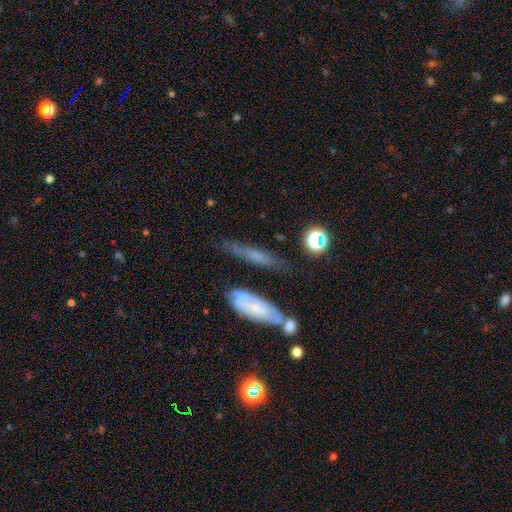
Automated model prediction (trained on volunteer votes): This is possibly a featured or disk galaxy (48%). Merging: possibly none (59%).